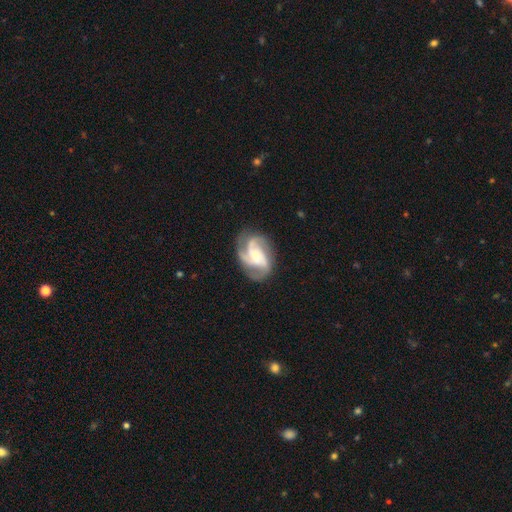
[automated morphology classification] Q: Smooth or featured?
A: featured or disk (88%); runner-up: smooth (7%)
Q: Edge-on disk?
A: no (98%); runner-up: yes (2%)
Q: Bar?
A: no (57%); runner-up: weak (31%)
Q: Spiral arms?
A: yes (98%); runner-up: no (2%)
Q: Spiral winding?
A: medium (53%); runner-up: tight (31%)
Q: Spiral arm count?
A: 3 (70%); runner-up: 4 (12%)
Q: Bulge size?
A: small (46%); runner-up: moderate (31%)
Q: Merging?
A: none (69%); runner-up: minor disturbance (18%)